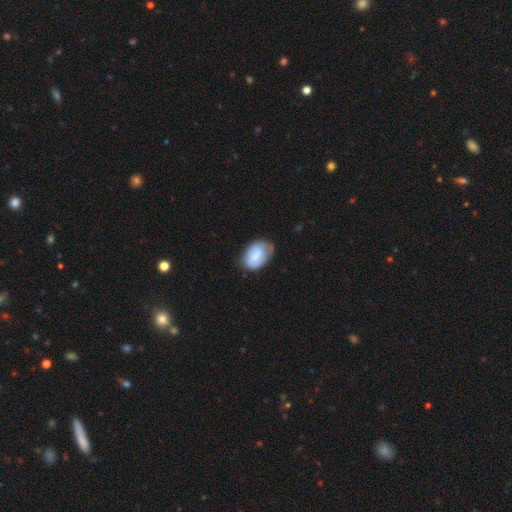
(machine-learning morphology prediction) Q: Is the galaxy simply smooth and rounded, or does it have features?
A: smooth — 74%.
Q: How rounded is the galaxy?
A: in between — 86%.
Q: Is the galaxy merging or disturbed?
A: none — 56%.